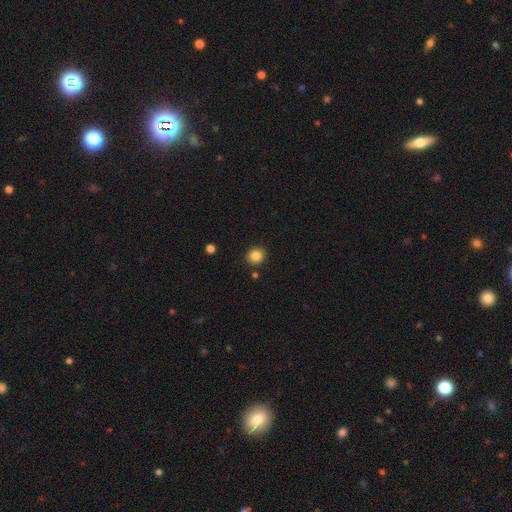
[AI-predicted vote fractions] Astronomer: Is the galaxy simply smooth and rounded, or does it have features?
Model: smooth — 85%.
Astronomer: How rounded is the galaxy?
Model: round — 86%.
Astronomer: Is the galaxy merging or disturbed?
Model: none — 89%.